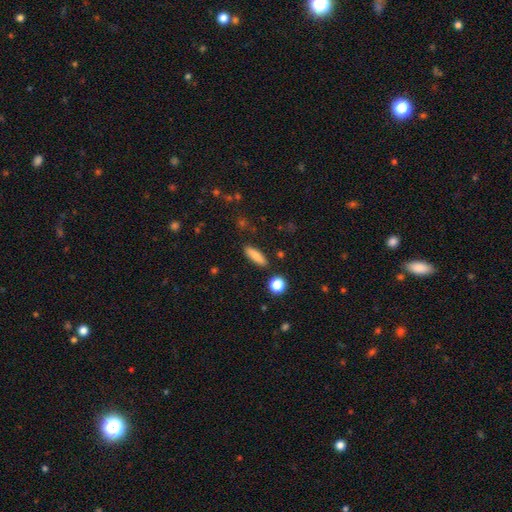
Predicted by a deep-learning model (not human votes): This appears to be a smooth galaxy with no disk features (80%) that is cigar-shaped (56%). Merging: none (87%).